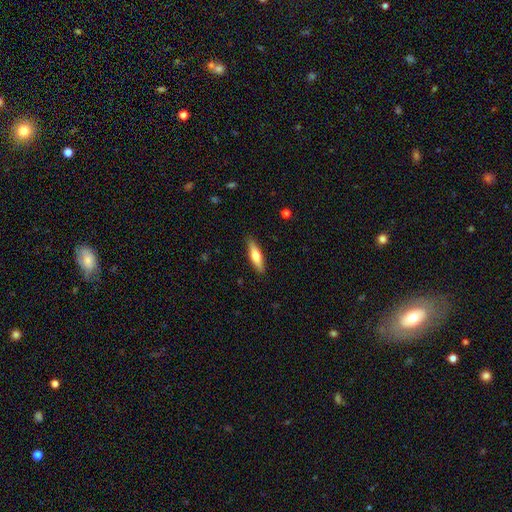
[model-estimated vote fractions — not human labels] A smooth galaxy with no disk features (63%) that is cigar-shaped (66%). Merging: none (87%).